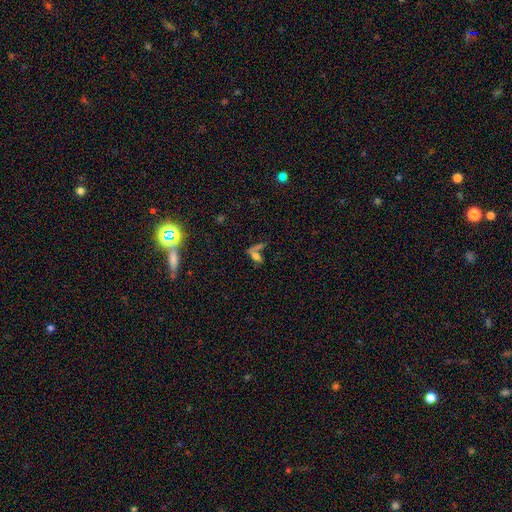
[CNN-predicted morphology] Smooth or featured? smooth (51%)
How rounded? in between (56%)
Merging? none (36%)